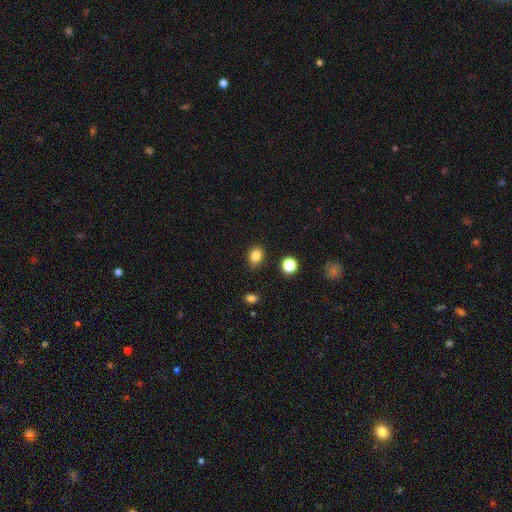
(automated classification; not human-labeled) A smooth galaxy with no disk features (83%) that is in between round and cigar-shaped (55%). Merging: none (82%).